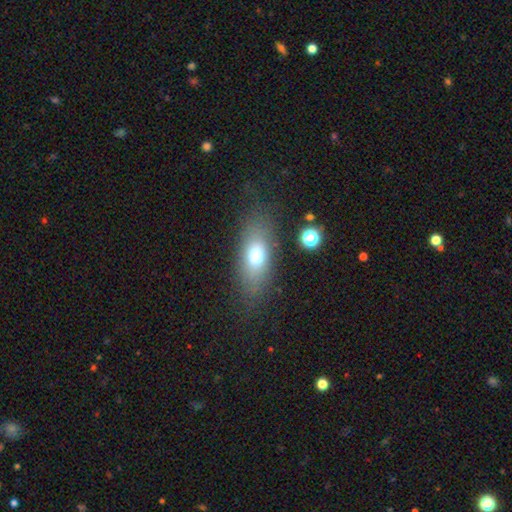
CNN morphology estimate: The model was most divided on "smooth or featured": smooth: 69%, featured or disk: 19%, star or artifact: 12%. More confident: how rounded — in between (80%); merging — none (75%).